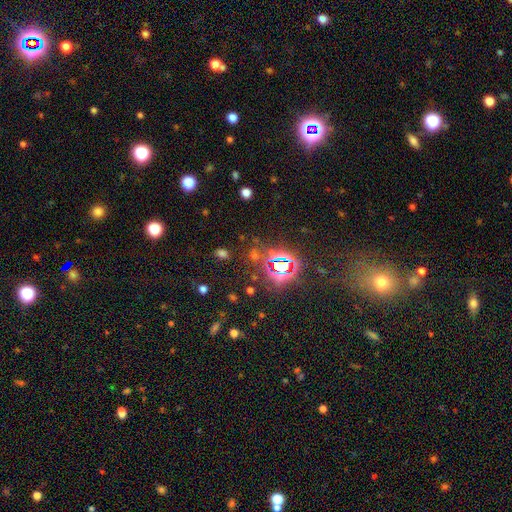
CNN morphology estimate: This appears to be a star or artifact, not a galaxy (72%).